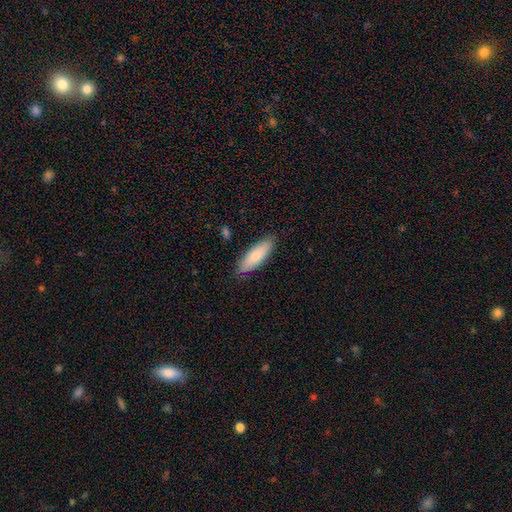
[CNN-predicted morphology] Smooth or featured? smooth (78%)
How rounded? in between (57%)
Merging? none (85%)